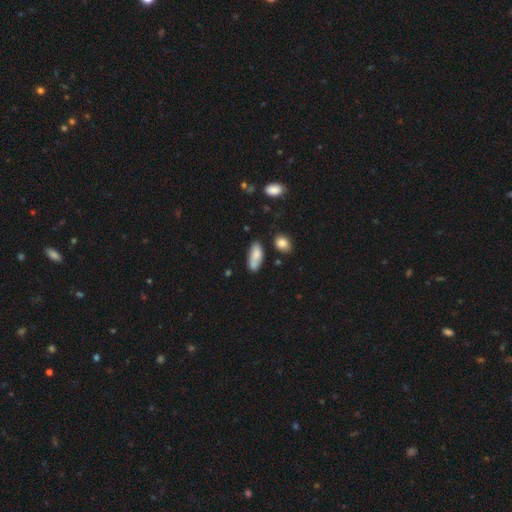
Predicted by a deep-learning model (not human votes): Overall: smooth (75%). How rounded: in between (80%). Merging: none (49%; minor disturbance 23%).